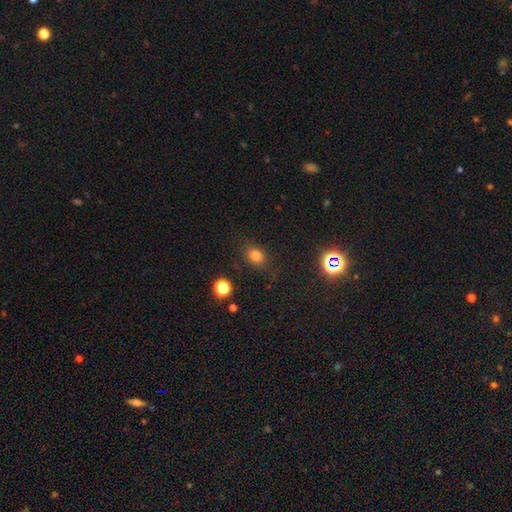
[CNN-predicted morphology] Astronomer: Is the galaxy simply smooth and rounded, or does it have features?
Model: smooth — 77%.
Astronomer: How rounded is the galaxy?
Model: round — 49%, tied with in between at 49%.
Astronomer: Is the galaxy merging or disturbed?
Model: none — 81%.